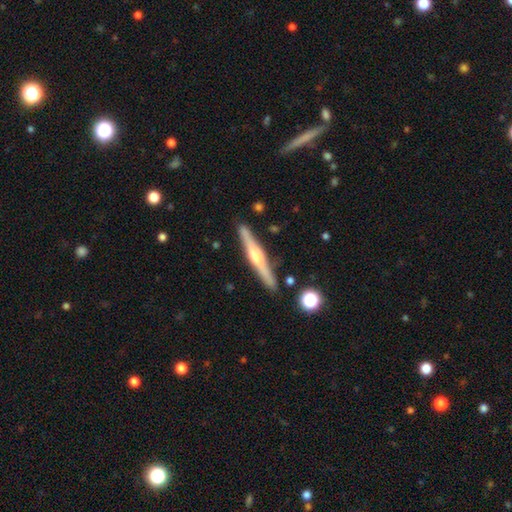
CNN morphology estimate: Smooth or featured?
  - featured or disk: 70% *
  - smooth: 24%
  - star or artifact: 6%
Edge-on disk?
  - yes: 97% *
  - no: 3%
Edge-on bulge?
  - rounded: 79% *
  - boxy: 14%
  - none: 7%
Merging?
  - none: 88% *
  - minor disturbance: 8%
  - merger: 2%
  - major disturbance: 2%